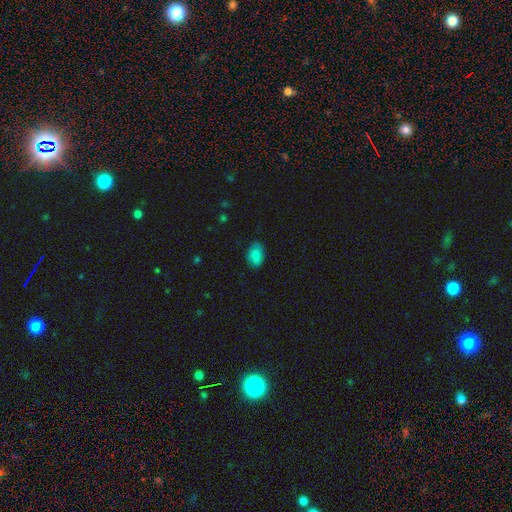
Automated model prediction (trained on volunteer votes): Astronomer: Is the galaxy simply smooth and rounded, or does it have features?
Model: smooth — 87%.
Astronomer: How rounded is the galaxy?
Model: in between — 87%.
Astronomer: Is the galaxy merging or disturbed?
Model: none — 77%.